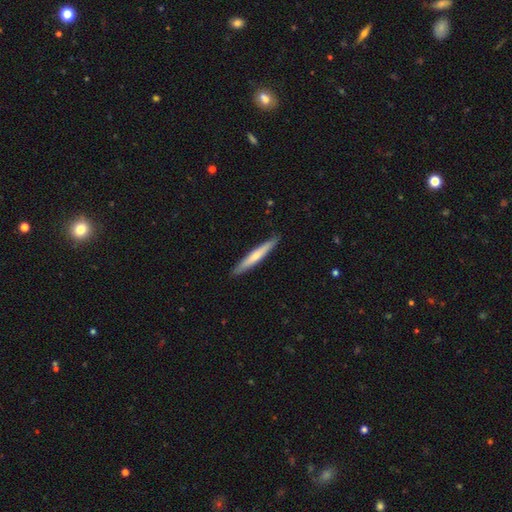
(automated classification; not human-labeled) Smooth or featured: smooth — 58% (featured or disk — 37%)
How rounded: cigar-shaped — 95% (in between — 4%)
Merging: none — 90% (minor disturbance — 7%)